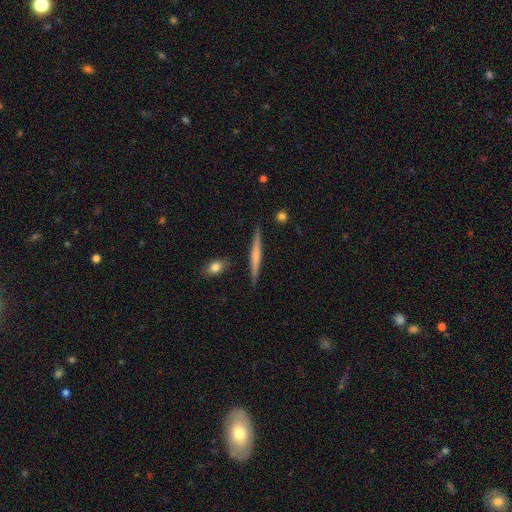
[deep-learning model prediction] Morphology: type=featured or disk (58%); edge-on=yes (98%); edge-on bulge=none (47%); merging=none (89%).